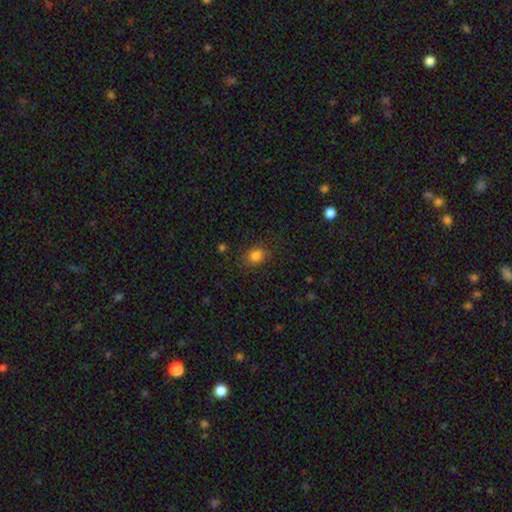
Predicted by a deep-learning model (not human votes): Smooth or featured? smooth (82%)
How rounded? in between (53%)
Merging? none (83%)